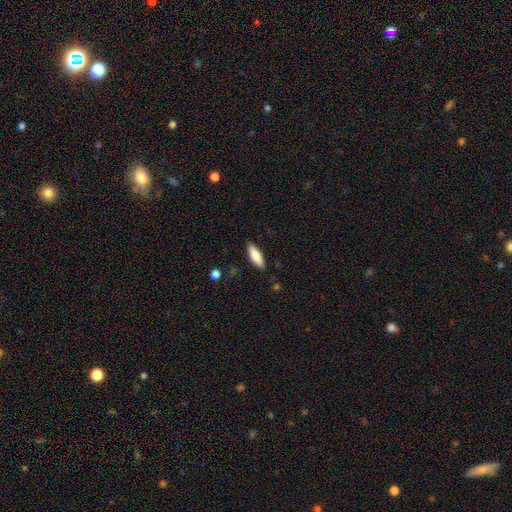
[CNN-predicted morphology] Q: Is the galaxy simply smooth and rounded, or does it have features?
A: smooth — 81%.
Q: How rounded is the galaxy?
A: in between — 55%.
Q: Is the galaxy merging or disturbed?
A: none — 87%.